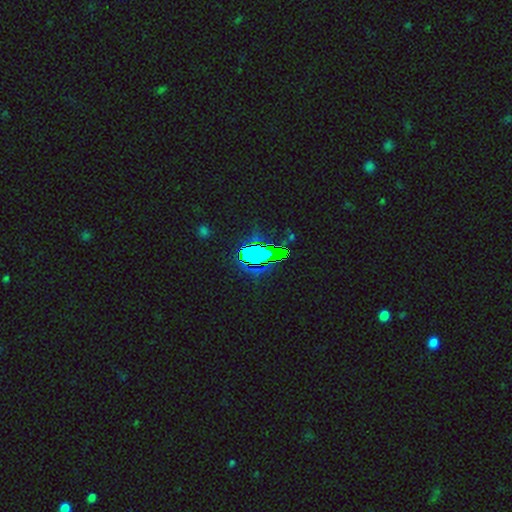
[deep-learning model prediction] Smooth or featured? star or artifact (72%)